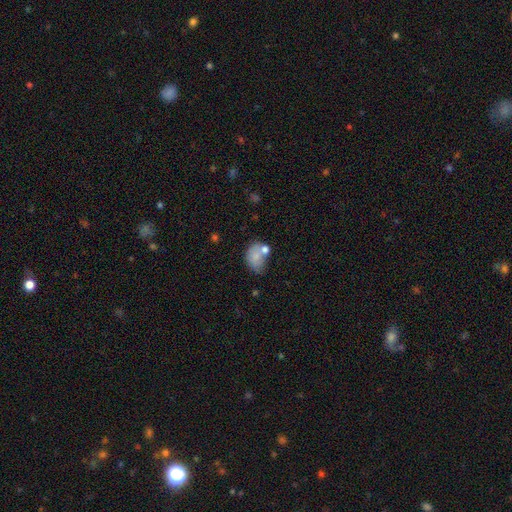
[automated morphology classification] Q: Smooth or featured?
A: smooth (74%); runner-up: featured or disk (16%)
Q: How rounded?
A: in between (78%); runner-up: round (21%)
Q: Merging?
A: none (38%); runner-up: merger (26%)